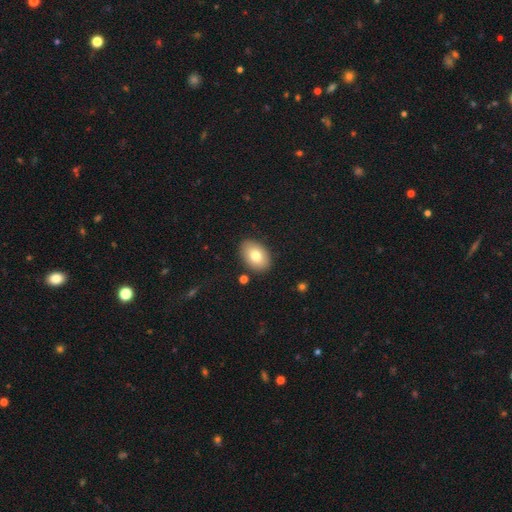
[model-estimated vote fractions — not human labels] Morphology: type=smooth (77%); roundness=in between (87%); merging=none (86%).